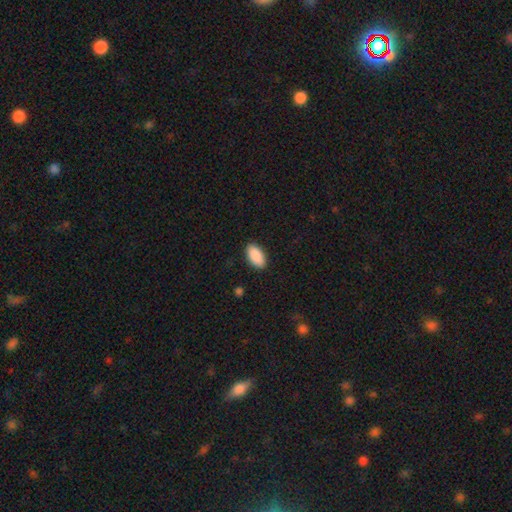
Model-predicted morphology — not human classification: This appears to be a smooth galaxy with no disk features (91%) that is in between round and cigar-shaped (95%). Merging: none (89%).